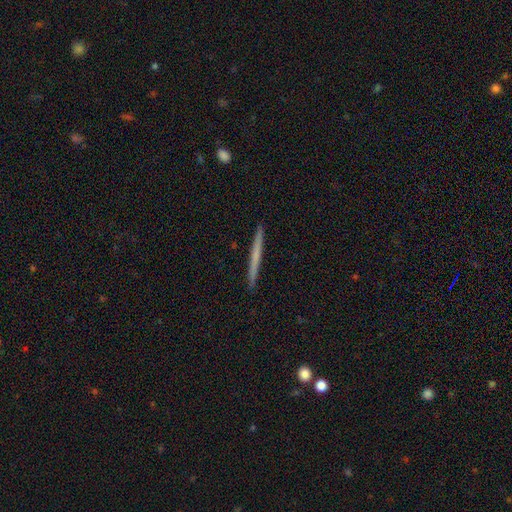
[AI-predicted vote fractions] Morphology: type=smooth (53%); roundness=cigar-shaped (97%); merging=none (93%).